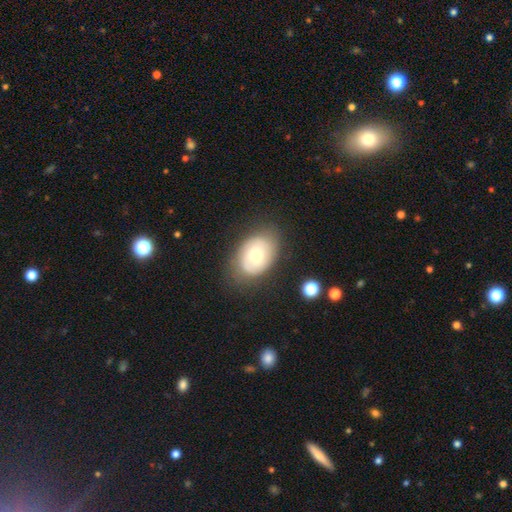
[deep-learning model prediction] This is possibly a smooth galaxy (54%). How rounded: likely in between (76%). Merging: likely none (71%).